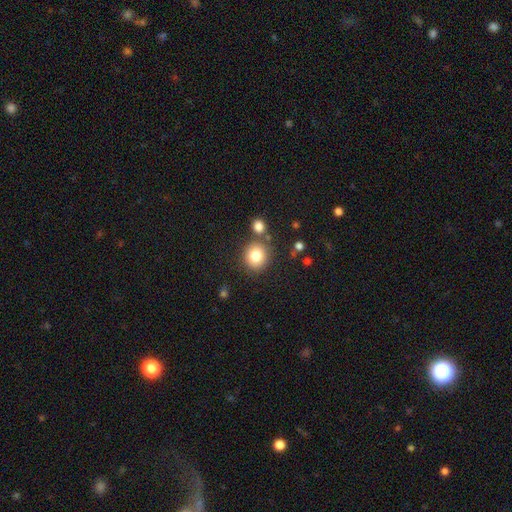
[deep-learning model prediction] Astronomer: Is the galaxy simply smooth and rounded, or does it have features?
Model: smooth — 81%.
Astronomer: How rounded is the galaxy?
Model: round — 85%.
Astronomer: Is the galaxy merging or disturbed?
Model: none — 77%.